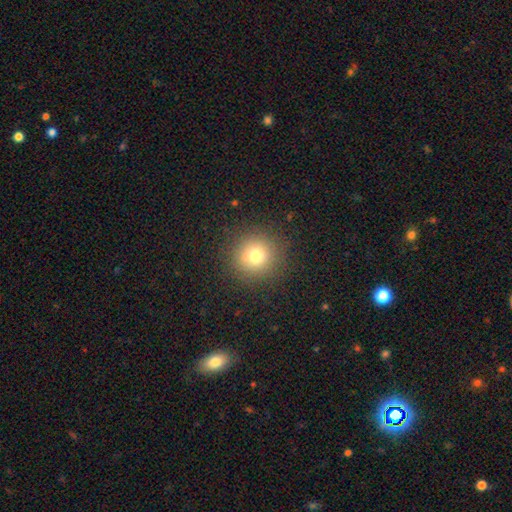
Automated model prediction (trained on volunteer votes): smooth_or_featured: smooth (p=0.74) [alt: star or artifact p=0.15]
how_rounded: round (p=0.94) [alt: in between p=0.05]
merging: none (p=0.87) [alt: minor disturbance p=0.08]